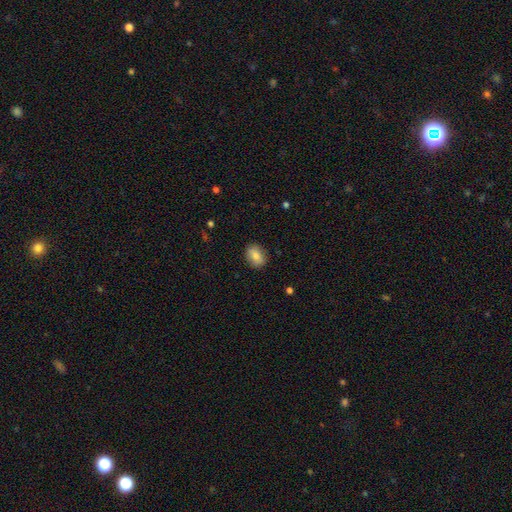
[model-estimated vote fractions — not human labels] Overall: smooth (82%). How rounded: in between (70%). Merging: none (88%).